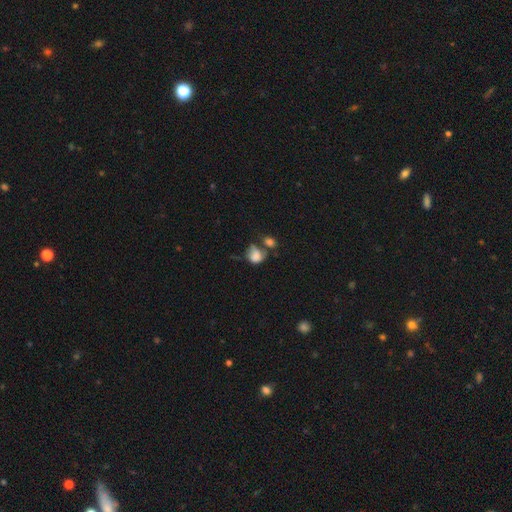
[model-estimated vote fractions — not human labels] A smooth galaxy with no disk features (71%) that is in between round and cigar-shaped (54%).

Vote fractions:
- Smooth or featured? smooth: 71% / featured or disk: 19% / star or artifact: 10%
- How rounded? in between: 54% / round: 45% / cigar-shaped: 1%
- Merging? merger: 38% / none: 24% / minor disturbance: 20% / major disturbance: 19%